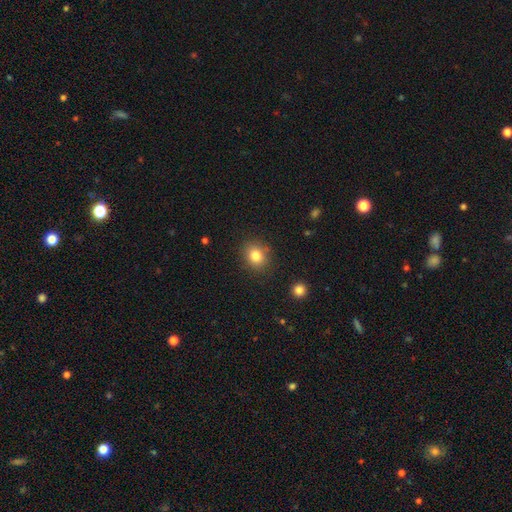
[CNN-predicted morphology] The model was most divided on "how rounded": round: 69%, in between: 30%, cigar-shaped: 1%. More confident: merging — none (85%); smooth or featured — smooth (82%).